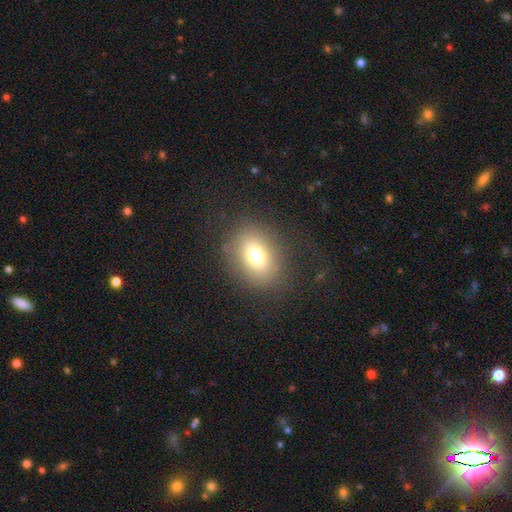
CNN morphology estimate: Smooth or featured?
  - smooth: 74% *
  - featured or disk: 14%
  - star or artifact: 13%
How rounded?
  - in between: 67% *
  - round: 32%
  - cigar-shaped: 2%
Merging?
  - none: 82% *
  - minor disturbance: 11%
  - major disturbance: 6%
  - merger: 1%